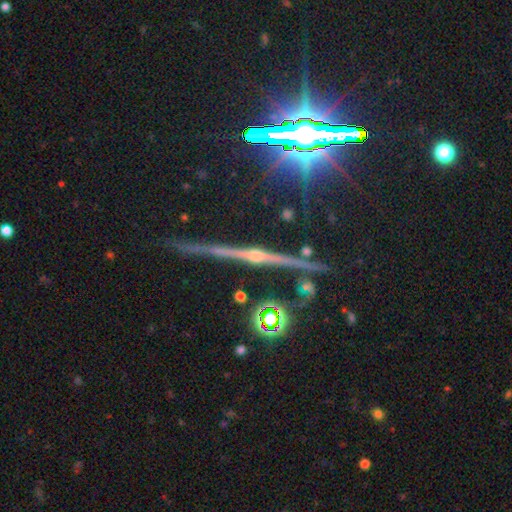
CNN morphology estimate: type=featured or disk (76%); edge-on=yes (97%); edge-on bulge=rounded (83%); merging=none (85%).